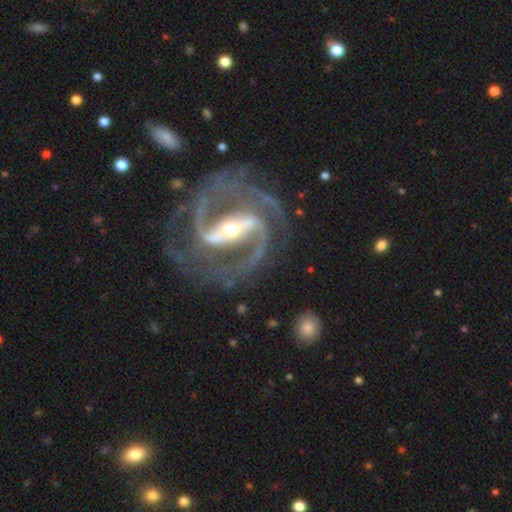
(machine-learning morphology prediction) Smooth or featured? Predicted: featured or disk (p=0.94). Edge-on disk? Predicted: no (p=0.97). Bar? Predicted: strong (p=0.79). Spiral arms? Predicted: yes (p=0.98). Spiral winding? Predicted: medium (p=0.59). Spiral arm count? Predicted: 2 (p=0.82). Bulge size? Predicted: small (p=0.53). Merging? Predicted: none (p=0.73).